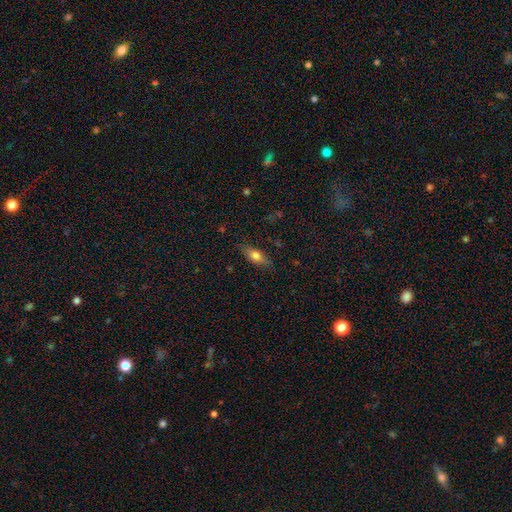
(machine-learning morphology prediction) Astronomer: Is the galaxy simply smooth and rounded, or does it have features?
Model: smooth — 68%.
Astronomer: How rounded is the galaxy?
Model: in between — 70%.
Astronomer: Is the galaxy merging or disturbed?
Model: none — 82%.